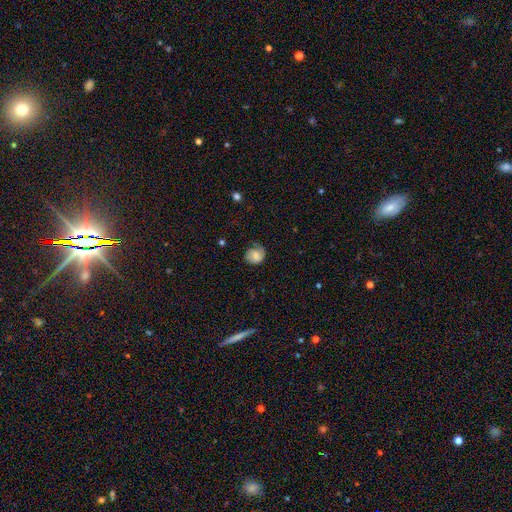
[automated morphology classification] Smooth or featured? Predicted: smooth (p=0.62). How rounded? Predicted: round (p=0.72). Merging? Predicted: none (p=0.59).